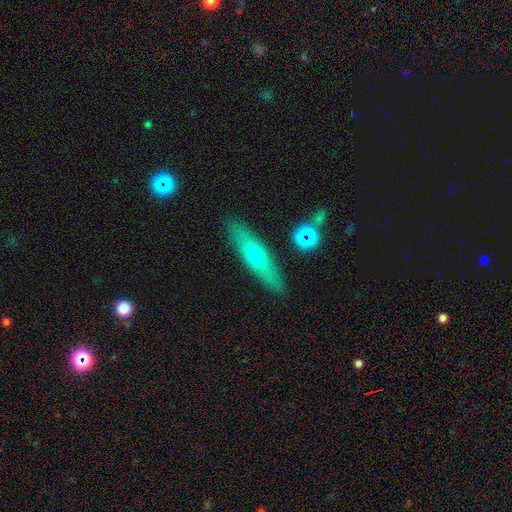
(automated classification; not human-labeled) Smooth or featured? Predicted: smooth (p=0.51). How rounded? Predicted: cigar-shaped (p=0.75). Merging? Predicted: none (p=0.87).